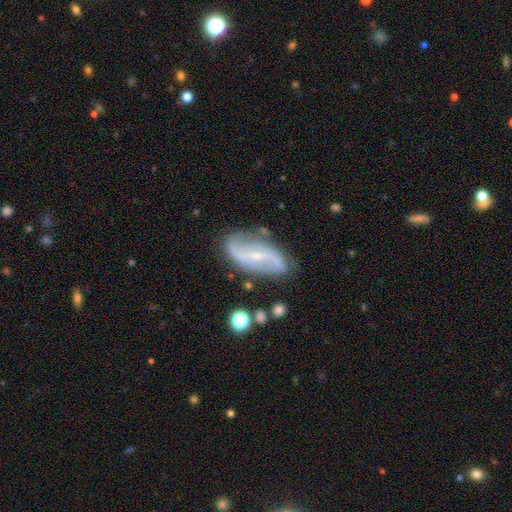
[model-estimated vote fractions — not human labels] The model was most divided on "bar": weak: 36%, strong: 32%, no: 32%. More confident: edge-on disk — no (95%); spiral arms — yes (95%); spiral arm count — 2 (91%); smooth or featured — featured or disk (86%); bulge size — small (79%); merging — none (76%); spiral winding — loose (56%).